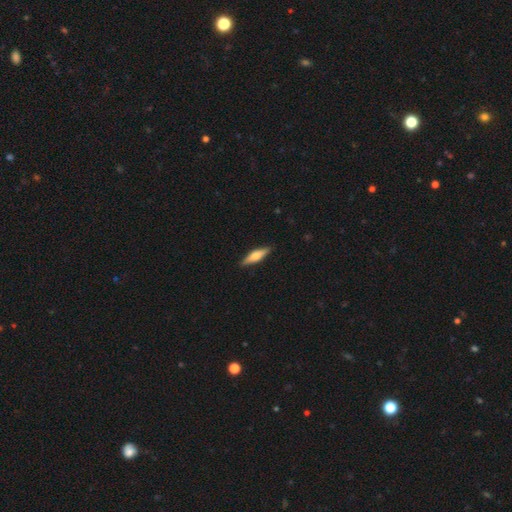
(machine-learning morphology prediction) This is possibly a smooth galaxy (54%). How rounded: likely cigar-shaped (67%). Merging: clearly none (89%).